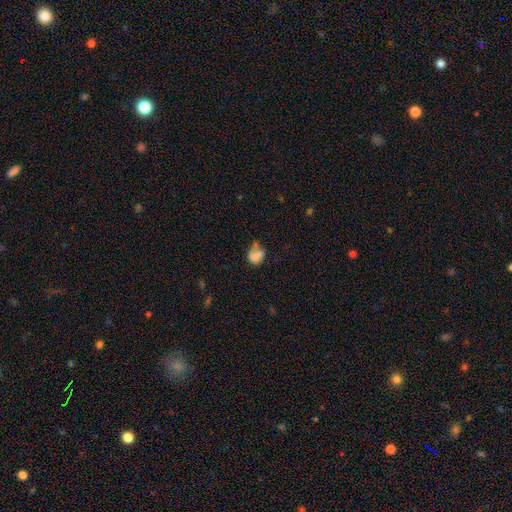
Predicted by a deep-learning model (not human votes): Smooth or featured: smooth — 67% (featured or disk — 21%)
How rounded: in between — 57% (round — 41%)
Merging: none — 34% (minor disturbance — 28%)